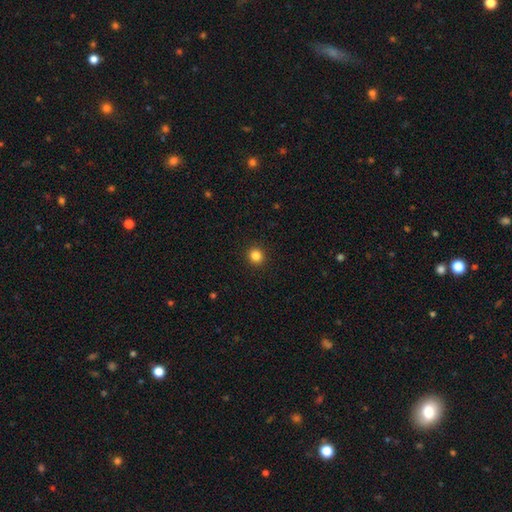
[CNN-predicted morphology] type=smooth (84%); roundness=round (92%); merging=none (93%).